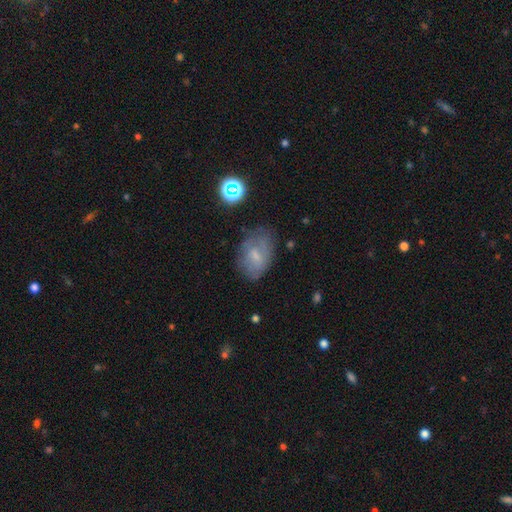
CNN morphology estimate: Smooth or featured? Predicted: smooth (p=0.51). How rounded? Predicted: in between (p=0.82). Merging? Predicted: none (p=0.58).